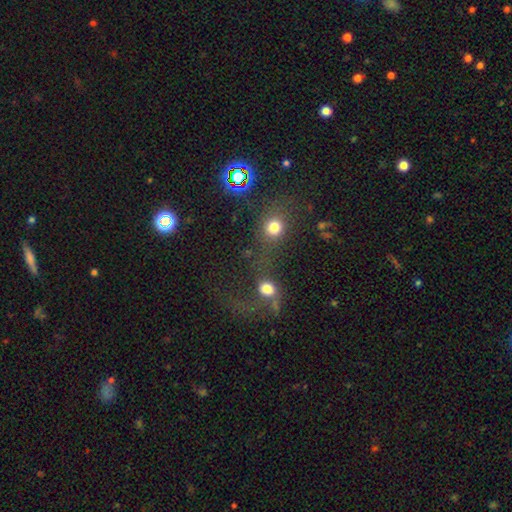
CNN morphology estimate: Overall: smooth (46%; star or artifact 28%). Merging: merger (50%; none 23%).